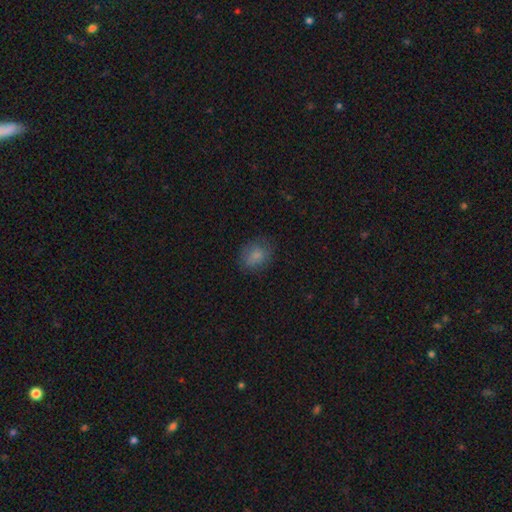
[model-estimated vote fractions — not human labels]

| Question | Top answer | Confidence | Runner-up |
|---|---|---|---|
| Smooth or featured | smooth | 78% | featured or disk (12%) |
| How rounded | round | 55% | in between (44%) |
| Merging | none | 73% | minor disturbance (19%) |